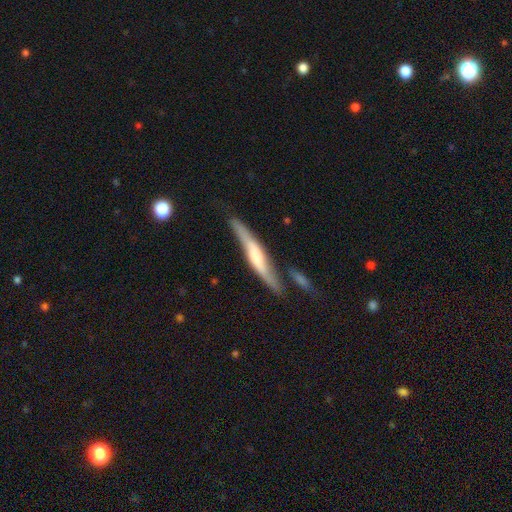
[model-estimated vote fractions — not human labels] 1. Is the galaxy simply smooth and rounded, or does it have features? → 72% featured or disk, 21% smooth, 7% star or artifact.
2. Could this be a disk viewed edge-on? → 86% yes, 14% no.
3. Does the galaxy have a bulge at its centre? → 55% rounded, 25% boxy, 20% none.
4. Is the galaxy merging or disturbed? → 66% none, 20% minor disturbance, 8% merger, 6% major disturbance.